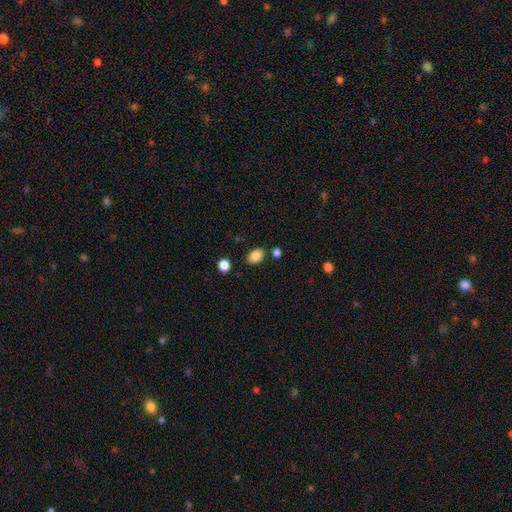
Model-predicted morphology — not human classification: Smooth or featured? Predicted: smooth (p=0.85). How rounded? Predicted: in between (p=0.78). Merging? Predicted: none (p=0.80).